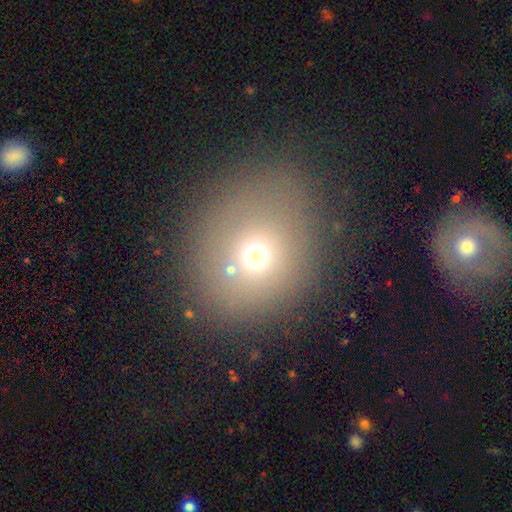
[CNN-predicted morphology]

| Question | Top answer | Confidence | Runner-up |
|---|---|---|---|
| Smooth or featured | smooth | 67% | star or artifact (19%) |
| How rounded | round | 70% | in between (28%) |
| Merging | none | 77% | minor disturbance (12%) |